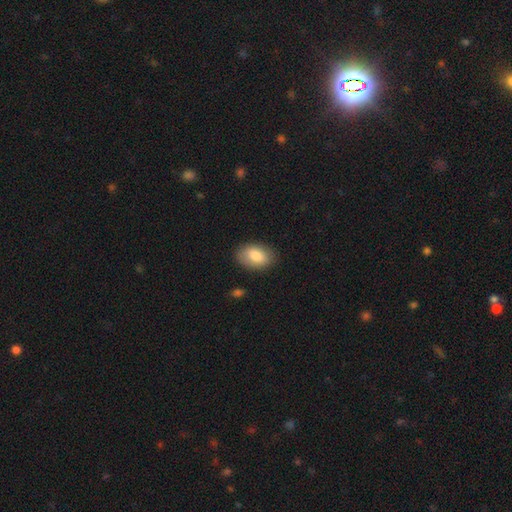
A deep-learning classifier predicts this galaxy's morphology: Smooth or featured? smooth (85%)
How rounded? in between (89%)
Merging? none (84%)